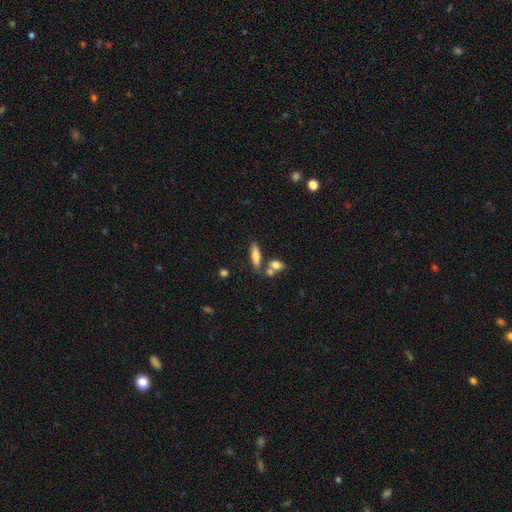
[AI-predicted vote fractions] A smooth galaxy with no disk features (68%) that is cigar-shaped (62%). Merging: none (65%).